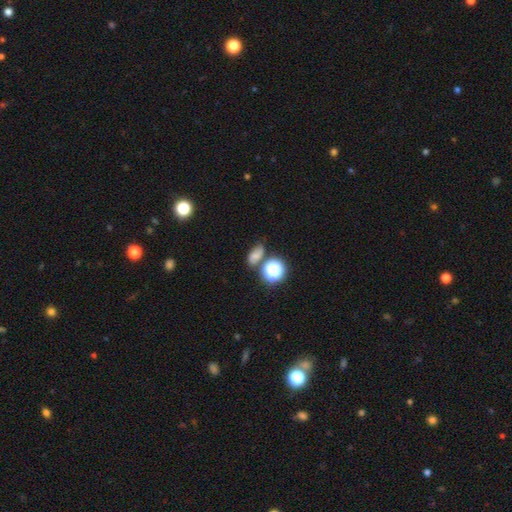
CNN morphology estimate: smooth 64%, star or artifact 24%, featured or disk 12%. Down the decision tree: how rounded — in between (70%); merging — none (59%).